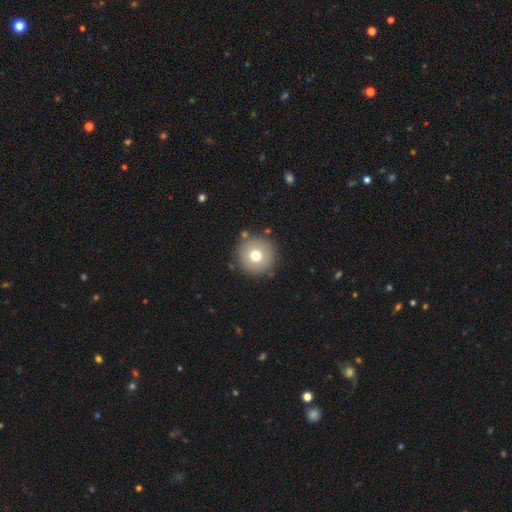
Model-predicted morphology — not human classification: Smooth or featured: smooth — 71% (featured or disk — 17%)
How rounded: round — 96% (in between — 3%)
Merging: none — 88% (minor disturbance — 7%)